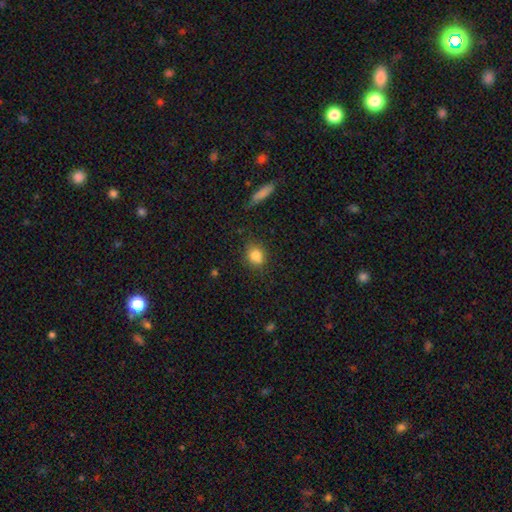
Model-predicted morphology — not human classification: Smooth or featured?
  - smooth: 84% *
  - star or artifact: 10%
  - featured or disk: 6%
How rounded?
  - round: 60% *
  - in between: 38%
  - cigar-shaped: 2%
Merging?
  - none: 81% *
  - minor disturbance: 13%
  - major disturbance: 4%
  - merger: 2%